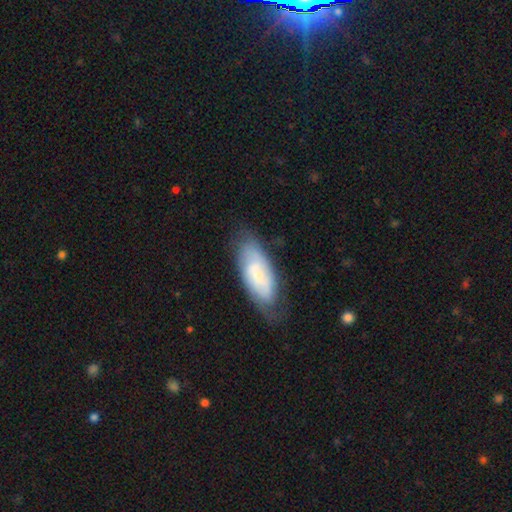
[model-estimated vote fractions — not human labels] The model was most divided on "smooth or featured": featured or disk: 50%, smooth: 43%, star or artifact: 7%. More confident: merging — none (66%).